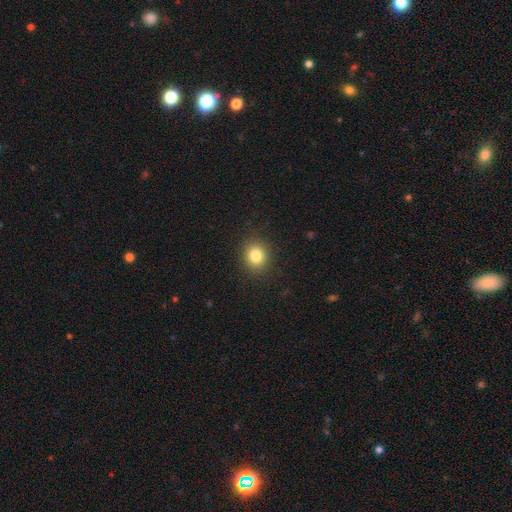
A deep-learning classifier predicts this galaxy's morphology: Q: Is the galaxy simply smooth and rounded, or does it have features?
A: smooth — 82%.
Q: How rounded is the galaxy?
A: round — 76%.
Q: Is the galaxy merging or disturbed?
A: none — 89%.